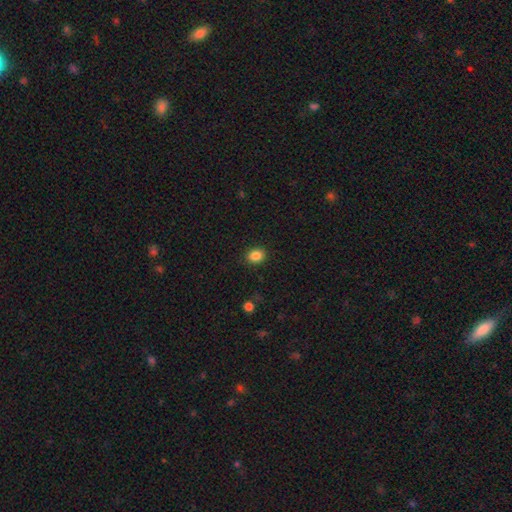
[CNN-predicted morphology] Smooth or featured? smooth (86%)
How rounded? round (59%)
Merging? none (89%)